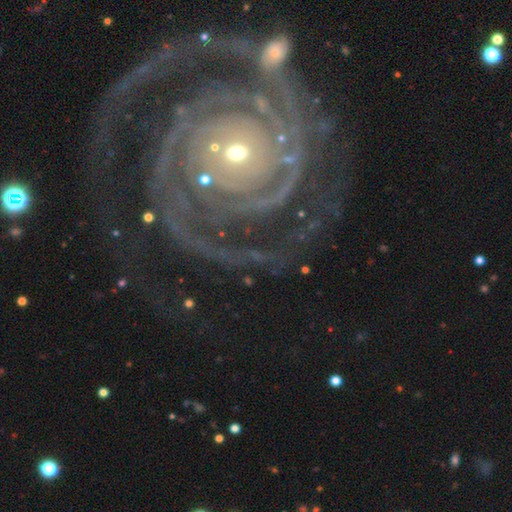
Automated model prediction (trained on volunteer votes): Q: Smooth or featured?
A: featured or disk (89%); runner-up: star or artifact (7%)
Q: Edge-on disk?
A: no (97%); runner-up: yes (3%)
Q: Bar?
A: no (73%); runner-up: weak (15%)
Q: Spiral arms?
A: yes (97%); runner-up: no (3%)
Q: Spiral winding?
A: tight (79%); runner-up: medium (17%)
Q: Spiral arm count?
A: 2 (34%); runner-up: can't tell (18%)
Q: Bulge size?
A: small (67%); runner-up: moderate (29%)
Q: Merging?
A: none (70%); runner-up: minor disturbance (14%)